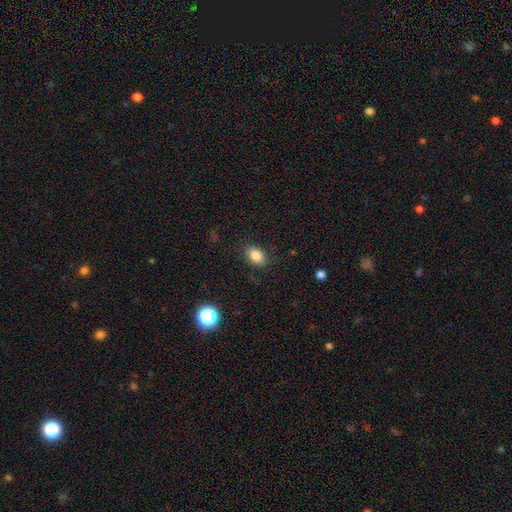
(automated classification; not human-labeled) A smooth galaxy with no disk features (84%) that is in between round and cigar-shaped (81%). Merging: none (85%).